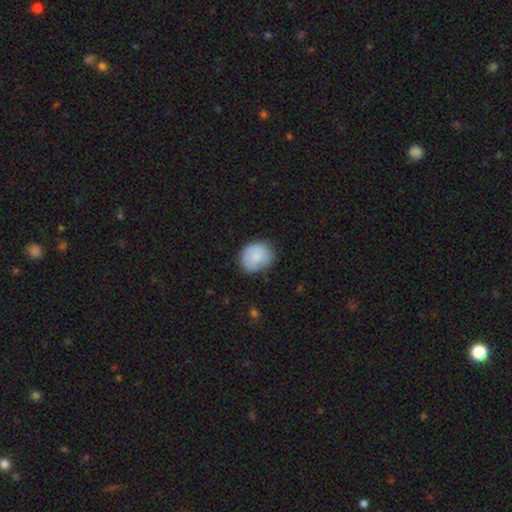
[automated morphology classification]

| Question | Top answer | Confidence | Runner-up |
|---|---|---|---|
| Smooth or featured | smooth | 79% | featured or disk (14%) |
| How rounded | round | 65% | in between (35%) |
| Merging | none | 65% | minor disturbance (26%) |